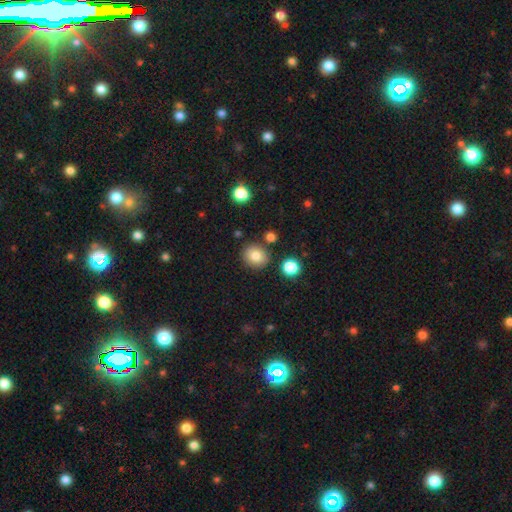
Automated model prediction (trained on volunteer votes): Overall: smooth (82%). How rounded: round (77%). Merging: none (83%).